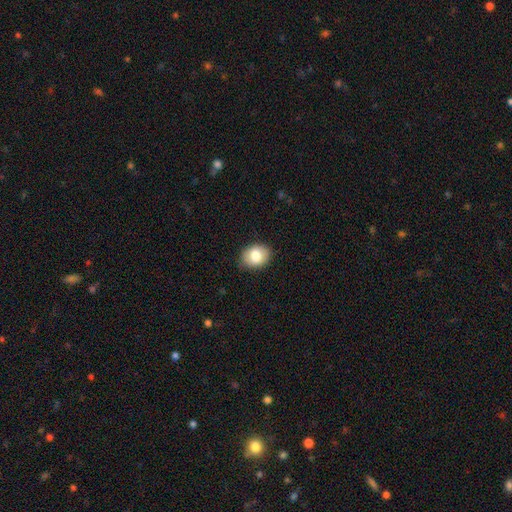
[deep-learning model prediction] The model was most divided on "how rounded": in between: 63%, round: 36%, cigar-shaped: 1%. More confident: merging — none (87%); smooth or featured — smooth (81%).